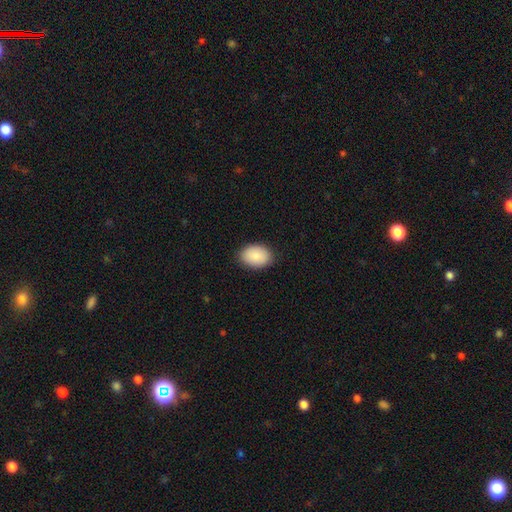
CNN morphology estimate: Q: Smooth or featured?
A: smooth (88%); runner-up: star or artifact (6%)
Q: How rounded?
A: in between (84%); runner-up: round (15%)
Q: Merging?
A: none (88%); runner-up: minor disturbance (9%)